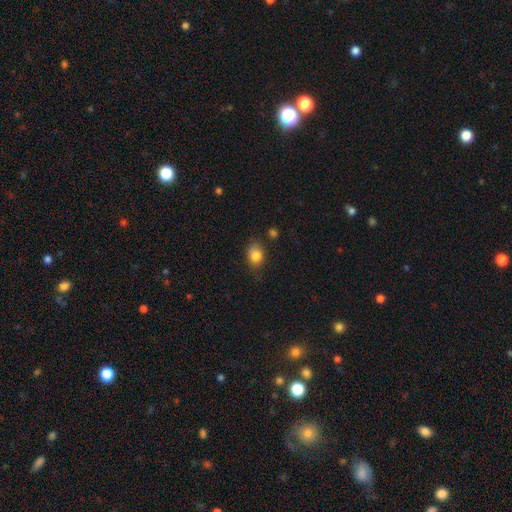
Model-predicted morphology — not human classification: A smooth galaxy with no disk features (83%) that is in between round and cigar-shaped (66%).

Vote fractions:
- Smooth or featured? smooth: 83% / star or artifact: 9% / featured or disk: 8%
- How rounded? in between: 66% / round: 33% / cigar-shaped: 2%
- Merging? none: 73% / minor disturbance: 20% / major disturbance: 5% / merger: 3%